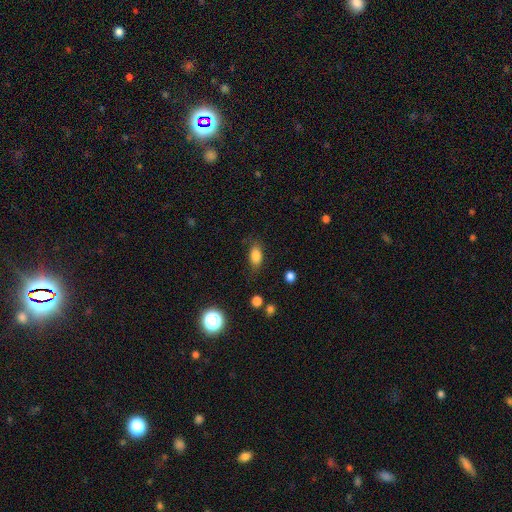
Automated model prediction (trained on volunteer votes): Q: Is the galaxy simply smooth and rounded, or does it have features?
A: smooth — 83%.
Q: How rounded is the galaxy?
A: in between — 84%.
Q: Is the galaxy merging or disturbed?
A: none — 75%.